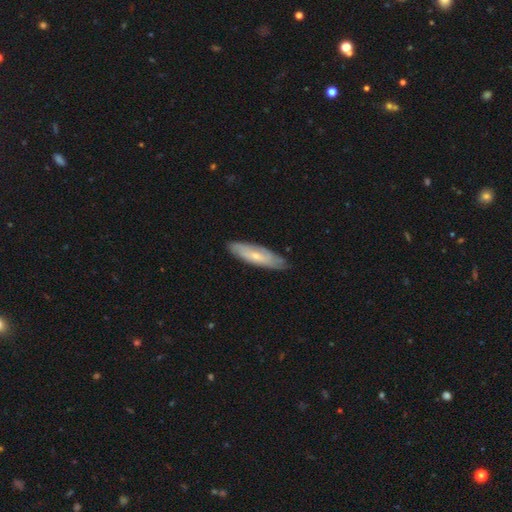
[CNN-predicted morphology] Smooth or featured?
  - smooth: 48% *
  - featured or disk: 46%
  - star or artifact: 6%
Merging?
  - none: 80% *
  - minor disturbance: 16%
  - major disturbance: 2%
  - merger: 1%